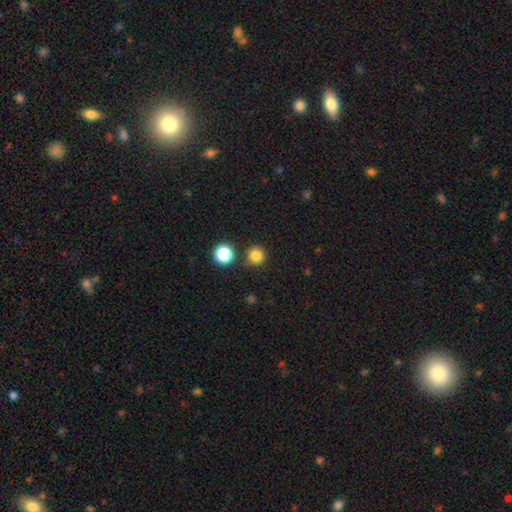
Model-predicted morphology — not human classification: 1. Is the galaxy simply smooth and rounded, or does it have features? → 82% smooth, 13% star or artifact, 4% featured or disk.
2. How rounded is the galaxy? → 95% round, 4% in between, 1% cigar-shaped.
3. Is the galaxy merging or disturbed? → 85% none, 7% minor disturbance, 6% merger, 2% major disturbance.